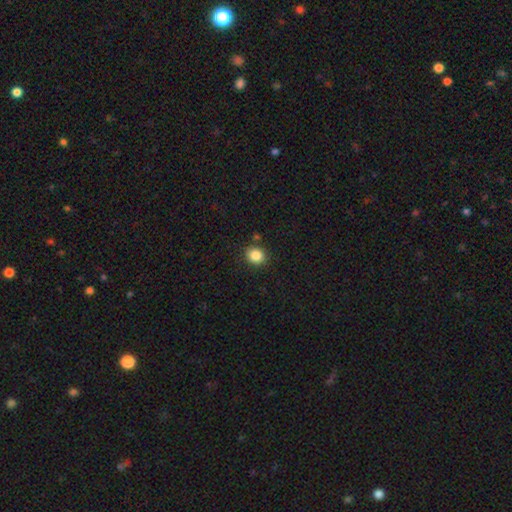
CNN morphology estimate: Overall: smooth (86%). How rounded: round (77%). Merging: none (85%).